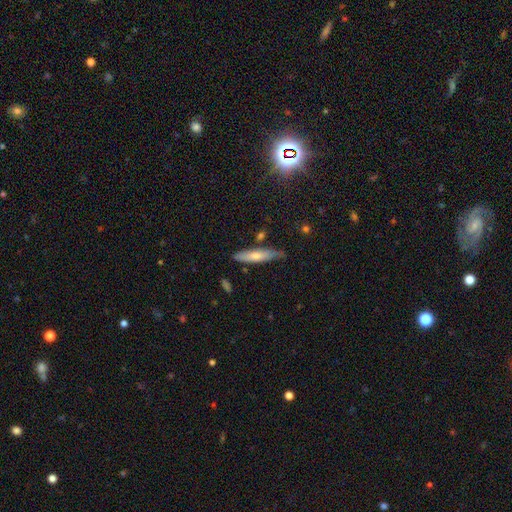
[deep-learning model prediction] Smooth or featured? Predicted: smooth (p=0.54). How rounded? Predicted: cigar-shaped (p=0.84). Merging? Predicted: none (p=0.76).